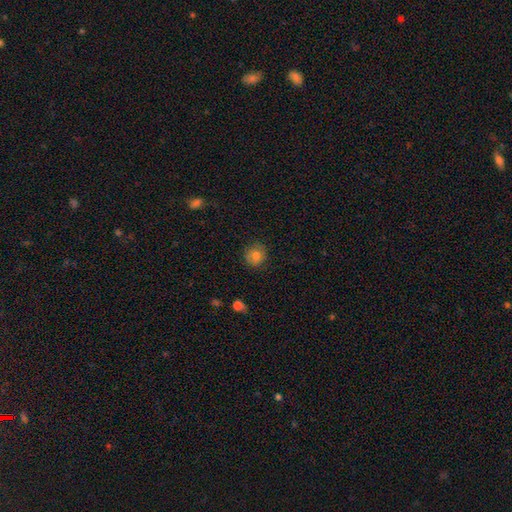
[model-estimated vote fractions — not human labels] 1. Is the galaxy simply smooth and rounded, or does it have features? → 81% smooth, 10% star or artifact, 8% featured or disk.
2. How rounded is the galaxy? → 86% round, 13% in between, 1% cigar-shaped.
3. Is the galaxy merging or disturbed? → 82% none, 13% minor disturbance, 3% major disturbance, 1% merger.